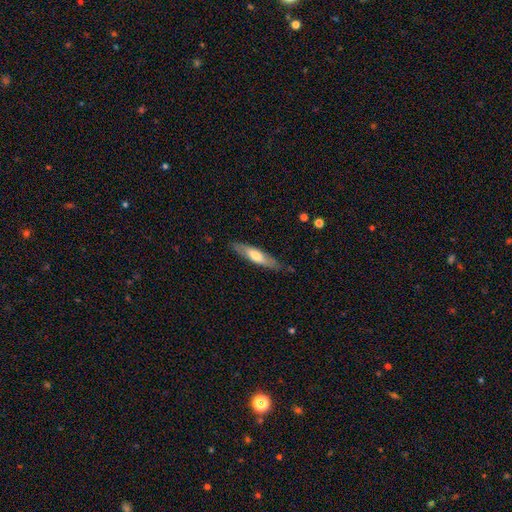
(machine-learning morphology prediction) Q: Smooth or featured?
A: smooth (55%); runner-up: featured or disk (39%)
Q: How rounded?
A: cigar-shaped (75%); runner-up: in between (23%)
Q: Merging?
A: none (81%); runner-up: minor disturbance (15%)